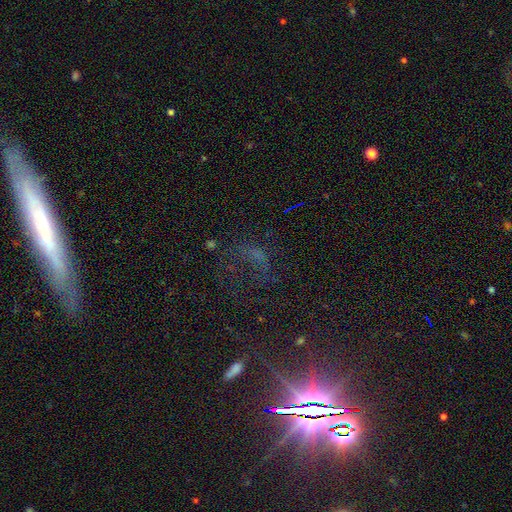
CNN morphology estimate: A star or artifact, not a galaxy (47%).